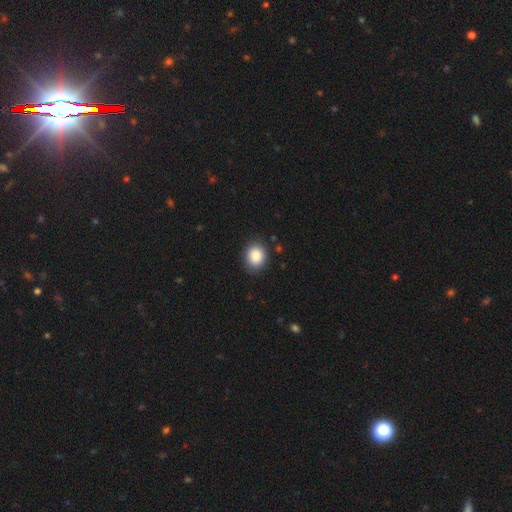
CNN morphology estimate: Smooth or featured?
  - smooth: 86% *
  - star or artifact: 8%
  - featured or disk: 5%
How rounded?
  - round: 60% *
  - in between: 39%
  - cigar-shaped: 1%
Merging?
  - none: 87% *
  - minor disturbance: 10%
  - major disturbance: 2%
  - merger: 1%